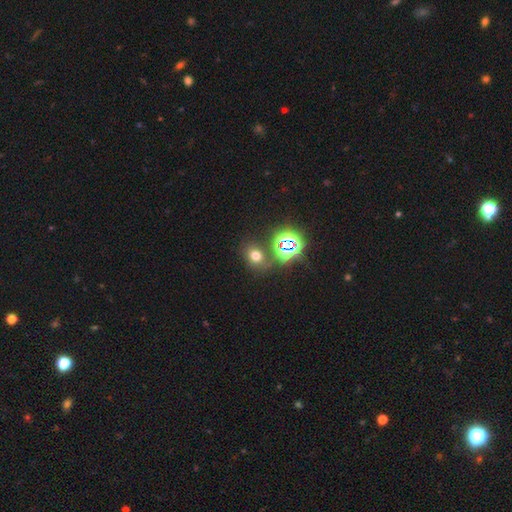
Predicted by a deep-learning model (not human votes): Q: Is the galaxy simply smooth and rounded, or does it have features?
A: smooth — 58%.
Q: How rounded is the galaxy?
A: round — 56%.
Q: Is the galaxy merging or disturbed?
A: none — 74%.